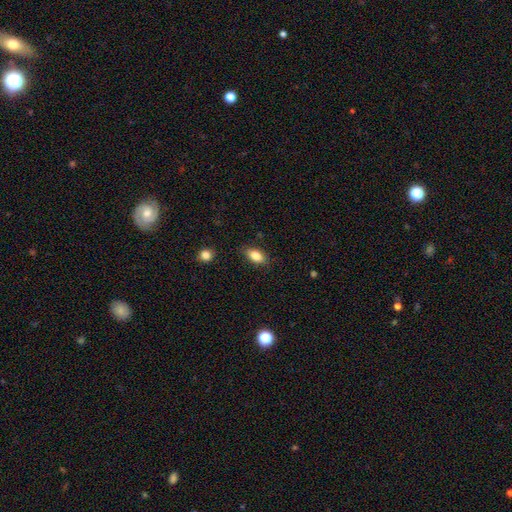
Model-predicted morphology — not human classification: Smooth or featured?
  - smooth: 83% *
  - featured or disk: 9%
  - star or artifact: 8%
How rounded?
  - in between: 88% *
  - round: 7%
  - cigar-shaped: 5%
Merging?
  - none: 84% *
  - minor disturbance: 12%
  - major disturbance: 3%
  - merger: 1%